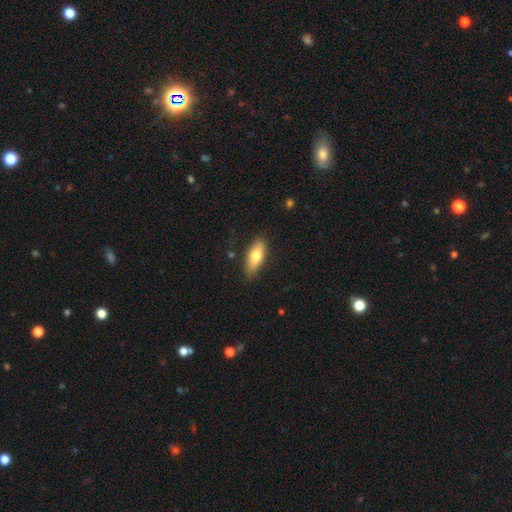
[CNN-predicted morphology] Smooth or featured?
  - smooth: 69% *
  - featured or disk: 24%
  - star or artifact: 6%
How rounded?
  - in between: 68% *
  - cigar-shaped: 30%
  - round: 3%
Merging?
  - none: 84% *
  - minor disturbance: 12%
  - major disturbance: 2%
  - merger: 1%